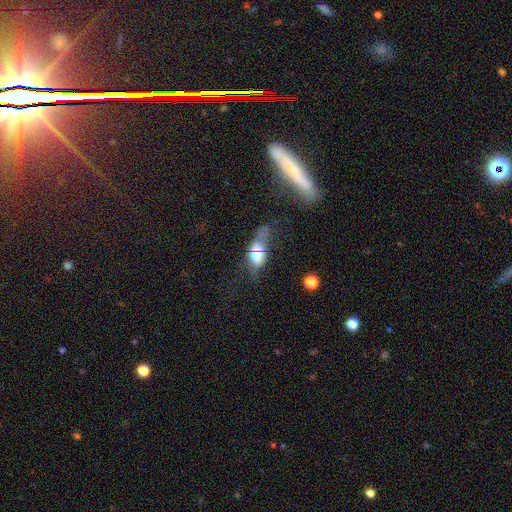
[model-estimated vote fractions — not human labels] A smooth galaxy with no disk features (55%) that is in between round and cigar-shaped (71%). Merging: major disturbance (34%).